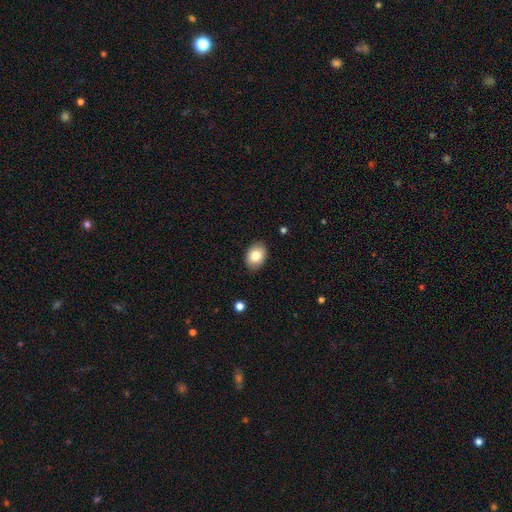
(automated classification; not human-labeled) Smooth or featured? smooth (83%)
How rounded? in between (77%)
Merging? none (87%)